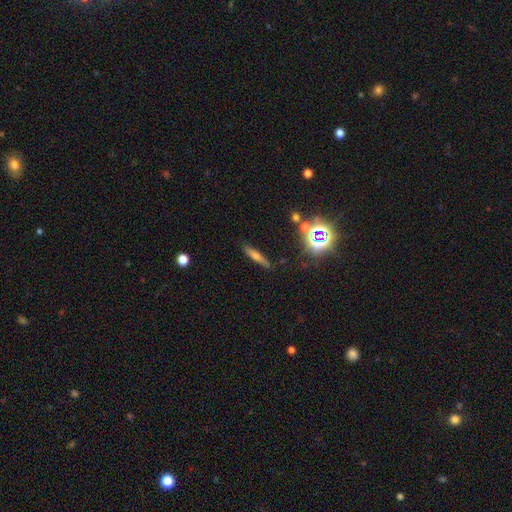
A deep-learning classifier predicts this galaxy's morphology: This appears to be a smooth galaxy with no disk features (49%). Merging: none (84%).